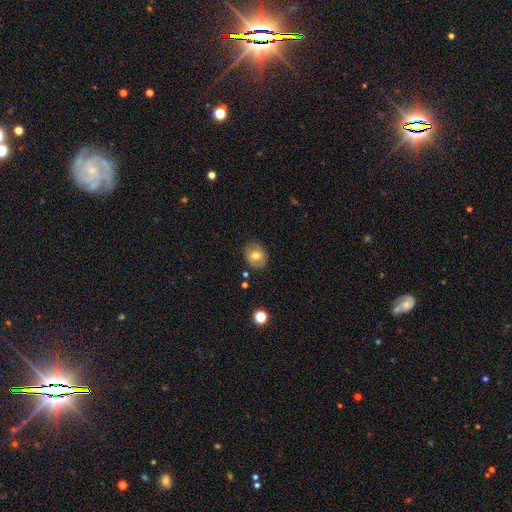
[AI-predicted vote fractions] smooth_or_featured: smooth (p=0.69) [alt: featured or disk p=0.22]
how_rounded: round (p=0.53) [alt: in between p=0.46]
merging: none (p=0.84) [alt: minor disturbance p=0.12]